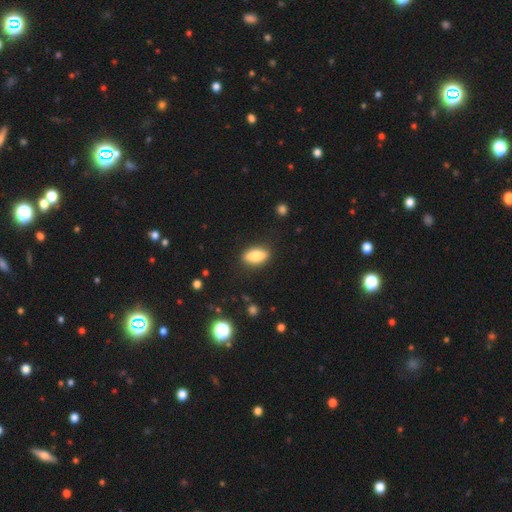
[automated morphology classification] smooth 81%, featured or disk 11%, star or artifact 7%. Down the decision tree: how rounded — in between (84%); merging — none (86%).